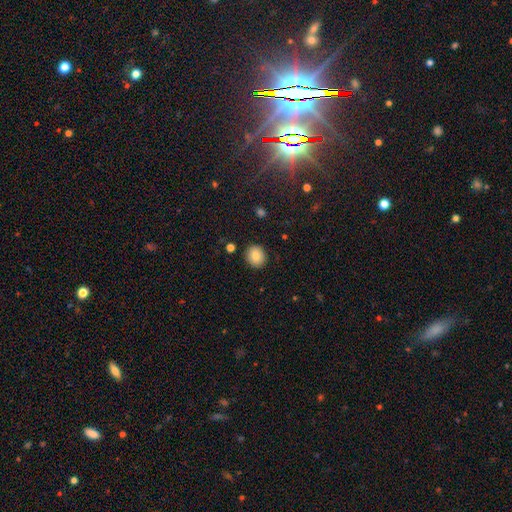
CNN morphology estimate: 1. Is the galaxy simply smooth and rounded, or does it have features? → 83% smooth, 9% star or artifact, 8% featured or disk.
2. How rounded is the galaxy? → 80% round, 19% in between, 1% cigar-shaped.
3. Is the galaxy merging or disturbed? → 90% none, 7% minor disturbance, 2% major disturbance, 1% merger.